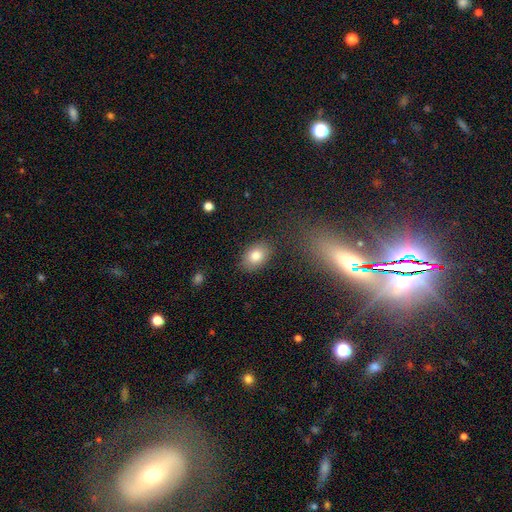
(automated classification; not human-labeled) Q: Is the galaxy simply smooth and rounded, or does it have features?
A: smooth — 82%.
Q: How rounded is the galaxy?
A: in between — 81%.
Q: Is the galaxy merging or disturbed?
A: none — 85%.